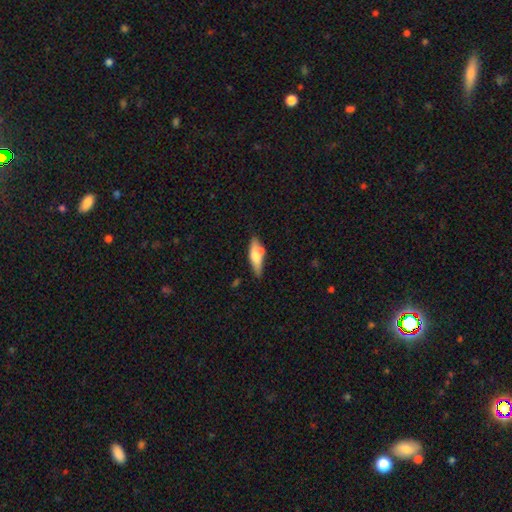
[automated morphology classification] A smooth galaxy with no disk features (63%) that is cigar-shaped (51%). Merging: none (63%).